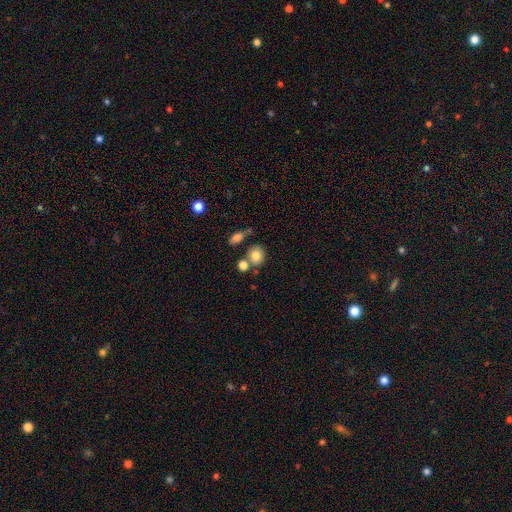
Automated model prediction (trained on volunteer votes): Morphology: type=smooth (80%); roundness=round (71%); merging=none (62%).